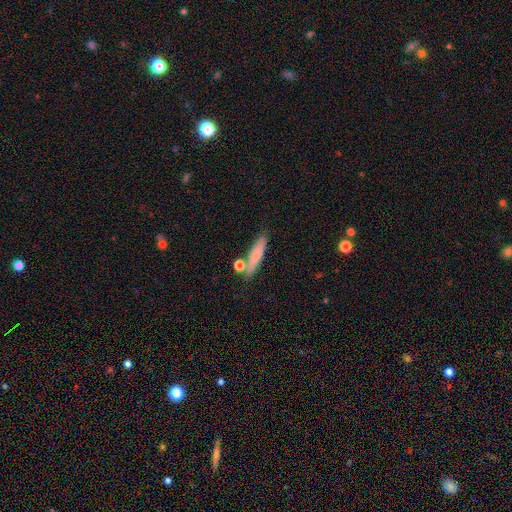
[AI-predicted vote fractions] Smooth or featured? smooth (73%)
How rounded? cigar-shaped (80%)
Merging? none (71%)